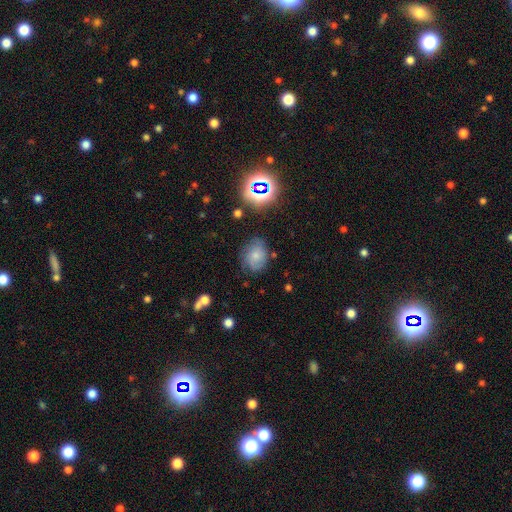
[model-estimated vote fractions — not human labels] smooth 52%, featured or disk 34%, star or artifact 14%. Down the decision tree: how rounded — in between (51%); merging — none (67%).